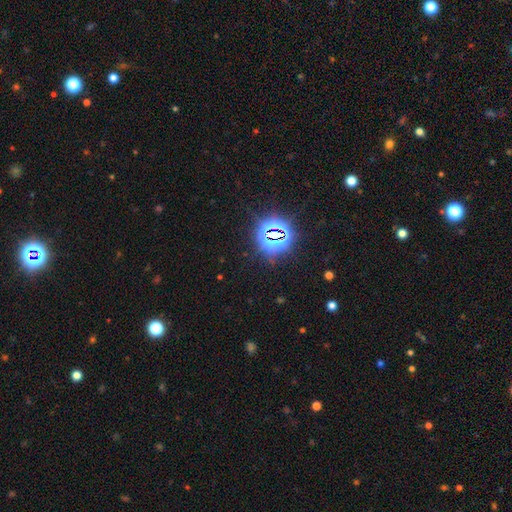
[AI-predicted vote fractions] smooth-or-featured: star or artifact: 79% | smooth: 14% | featured or disk: 7%